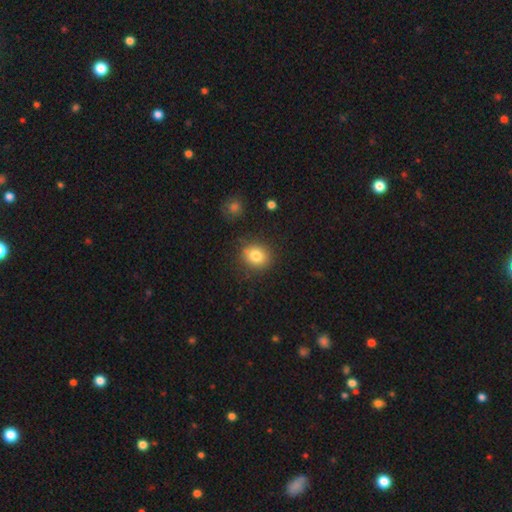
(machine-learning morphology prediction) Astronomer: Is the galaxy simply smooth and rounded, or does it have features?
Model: smooth — 81%.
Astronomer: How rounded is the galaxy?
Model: round — 75%.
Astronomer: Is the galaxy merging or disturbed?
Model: none — 82%.